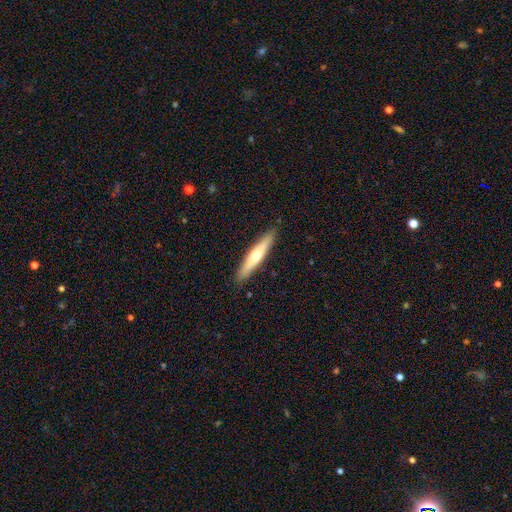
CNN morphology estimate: Smooth or featured?
  - smooth: 48% *
  - featured or disk: 47%
  - star or artifact: 5%
Merging?
  - none: 90% *
  - minor disturbance: 8%
  - major disturbance: 1%
  - merger: 1%